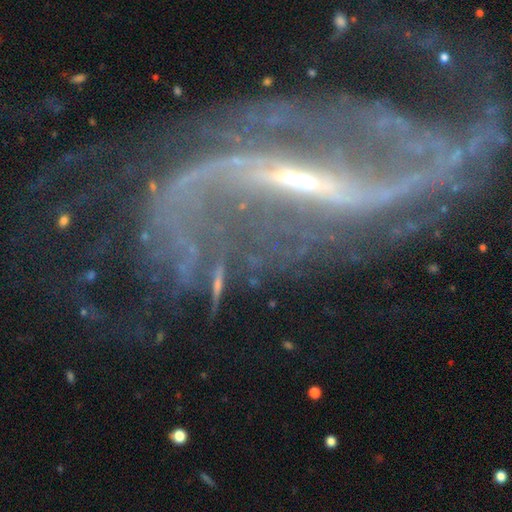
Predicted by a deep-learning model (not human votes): A featured or disk galaxy (88%) with a strong bar (67%), 2 (72%) loose (59%) spiral arms (94%) and a small central bulge (65%).

Vote fractions:
- Smooth or featured? featured or disk: 88% / star or artifact: 8% / smooth: 4%
- Edge-on disk? no: 92% / yes: 8%
- Bar? strong: 67% / weak: 22% / no: 11%
- Spiral arms? yes: 94% / no: 6%
- Spiral winding? loose: 59% / medium: 29% / tight: 13%
- Spiral arm count? 2: 72% / can't tell: 8% / 3: 6% / 1: 5% / 4: 4% / more than 4: 4%
- Bulge size? small: 65% / moderate: 21% / none: 8% / large: 3% / dominant: 2%
- Merging? none: 47% / major disturbance: 30% / minor disturbance: 16% / merger: 7%